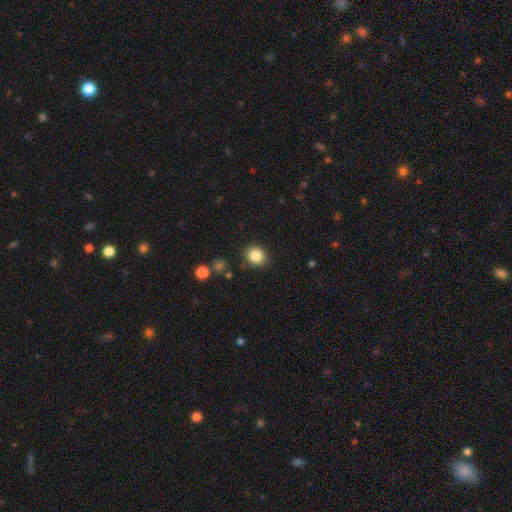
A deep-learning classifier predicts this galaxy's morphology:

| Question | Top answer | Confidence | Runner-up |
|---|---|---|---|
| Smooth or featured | smooth | 85% | star or artifact (10%) |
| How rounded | round | 82% | in between (18%) |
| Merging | none | 89% | minor disturbance (7%) |